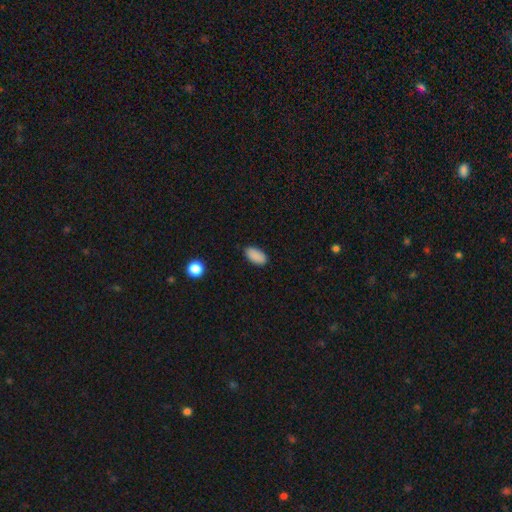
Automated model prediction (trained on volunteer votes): Smooth or featured? smooth (89%)
How rounded? in between (93%)
Merging? none (85%)